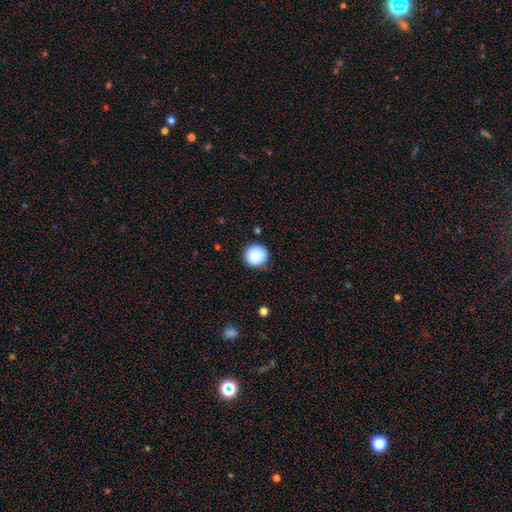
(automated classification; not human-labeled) This is clearly a smooth galaxy (88%). How rounded: clearly round (95%). Merging: clearly none (89%).